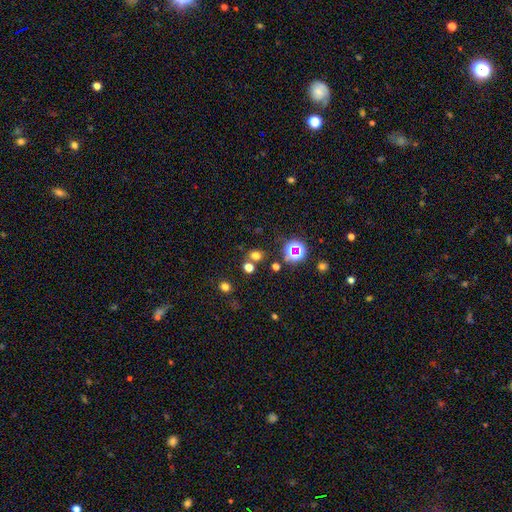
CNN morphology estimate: Smooth or featured?
  - smooth: 60% *
  - star or artifact: 32%
  - featured or disk: 8%
How rounded?
  - round: 74% *
  - in between: 24%
  - cigar-shaped: 1%
Merging?
  - none: 73% *
  - merger: 15%
  - minor disturbance: 9%
  - major disturbance: 4%